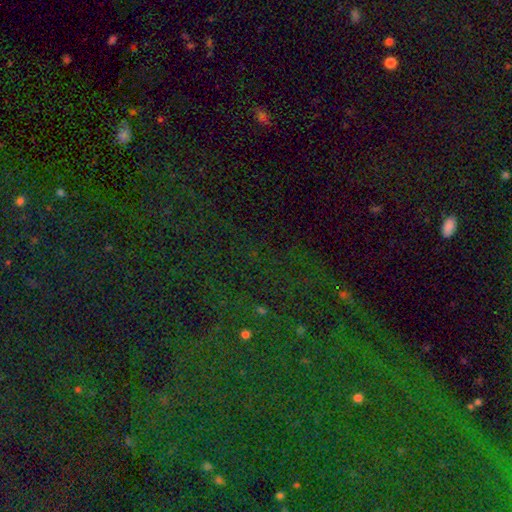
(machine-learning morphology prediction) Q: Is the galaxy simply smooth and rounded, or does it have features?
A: star or artifact — 80%.